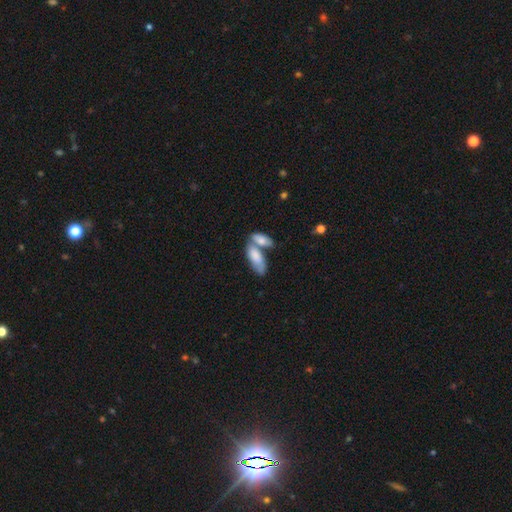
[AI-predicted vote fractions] Smooth or featured? Predicted: smooth (p=0.77). How rounded? Predicted: in between (p=0.82). Merging? Predicted: merger (p=0.57).